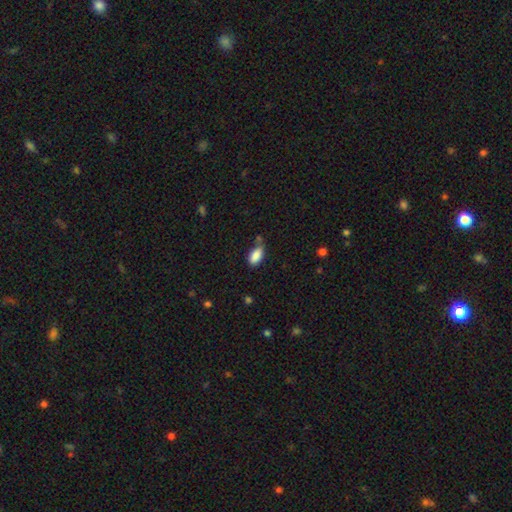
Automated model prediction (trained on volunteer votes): Overall: smooth (87%). How rounded: in between (92%). Merging: none (61%; minor disturbance 25%).